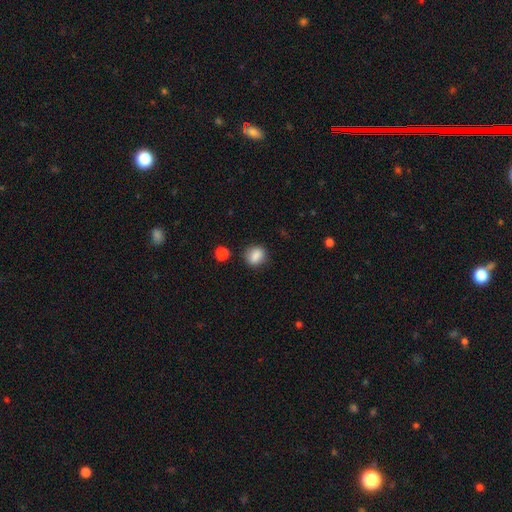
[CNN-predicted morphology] A smooth galaxy with no disk features (85%) that is round (56%). Merging: none (79%).